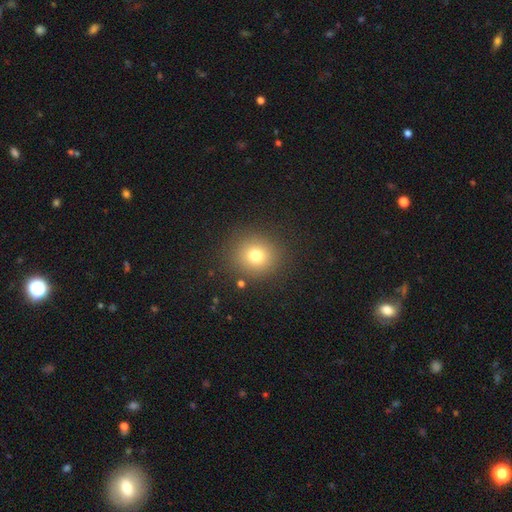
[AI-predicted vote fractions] The model was most divided on "smooth or featured": smooth: 75%, star or artifact: 16%, featured or disk: 10%. More confident: how rounded — round (88%); merging — none (88%).